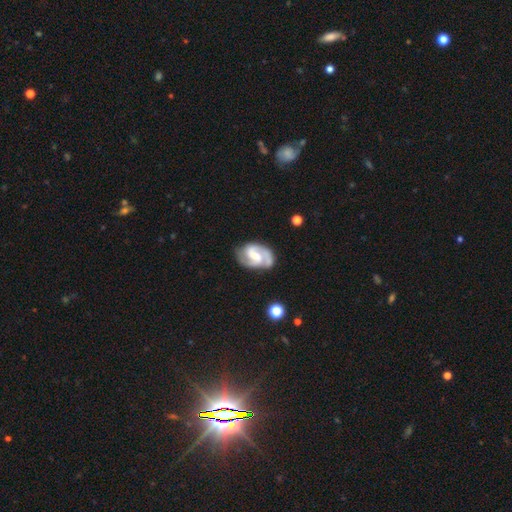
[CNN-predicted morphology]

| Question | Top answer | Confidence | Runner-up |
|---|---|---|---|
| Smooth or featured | featured or disk | 85% | smooth (10%) |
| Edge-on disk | no | 98% | yes (2%) |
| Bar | weak | 50% | strong (26%) |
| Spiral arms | yes | 96% | no (4%) |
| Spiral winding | medium | 50% | tight (35%) |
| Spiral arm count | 2 | 83% | 3 (6%) |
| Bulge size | moderate | 43% | small (33%) |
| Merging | none | 70% | minor disturbance (20%) |